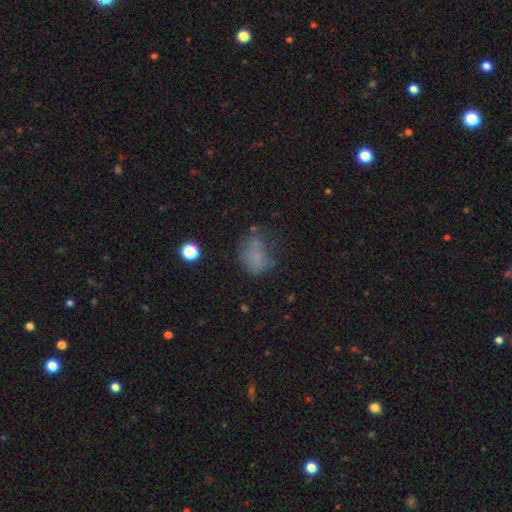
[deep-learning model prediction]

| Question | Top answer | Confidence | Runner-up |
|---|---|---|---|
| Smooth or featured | smooth | 62% | featured or disk (19%) |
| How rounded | in between | 66% | round (32%) |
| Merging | none | 47% | minor disturbance (27%) |